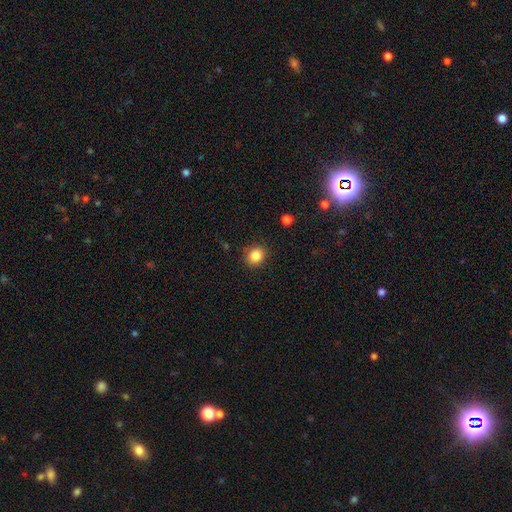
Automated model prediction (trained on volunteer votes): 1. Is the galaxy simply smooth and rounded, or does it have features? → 85% smooth, 10% star or artifact, 5% featured or disk.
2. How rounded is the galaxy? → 69% round, 30% in between, 1% cigar-shaped.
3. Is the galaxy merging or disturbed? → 87% none, 9% minor disturbance, 3% major disturbance, 1% merger.